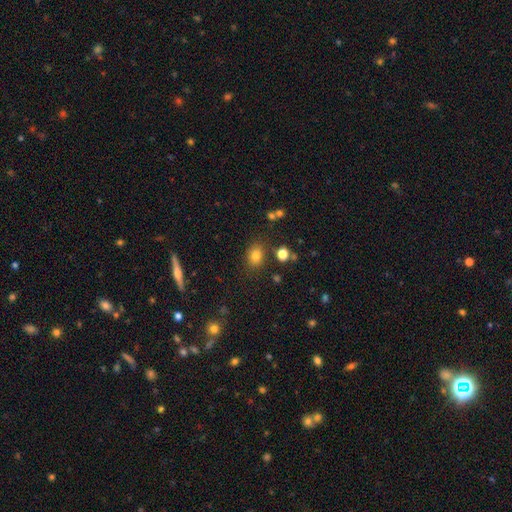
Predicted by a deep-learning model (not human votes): This is likely a smooth galaxy (80%). How rounded: possibly in between (59%). Merging: clearly none (81%).